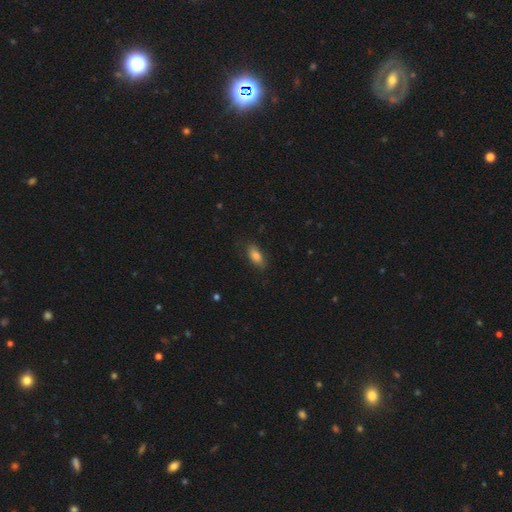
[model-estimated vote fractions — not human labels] Q: Smooth or featured?
A: smooth (81%); runner-up: featured or disk (11%)
Q: How rounded?
A: in between (83%); runner-up: cigar-shaped (14%)
Q: Merging?
A: none (80%); runner-up: minor disturbance (15%)